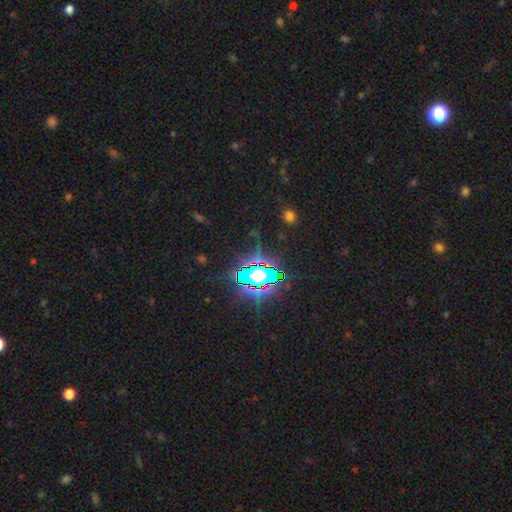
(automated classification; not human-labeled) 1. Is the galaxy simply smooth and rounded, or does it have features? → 81% star or artifact, 11% smooth, 7% featured or disk.